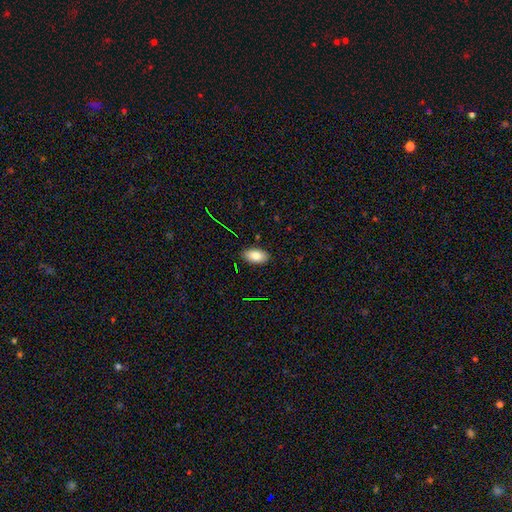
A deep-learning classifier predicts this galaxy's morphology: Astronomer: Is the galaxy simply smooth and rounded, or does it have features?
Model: smooth — 82%.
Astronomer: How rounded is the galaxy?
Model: in between — 94%.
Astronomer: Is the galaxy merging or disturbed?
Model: none — 87%.